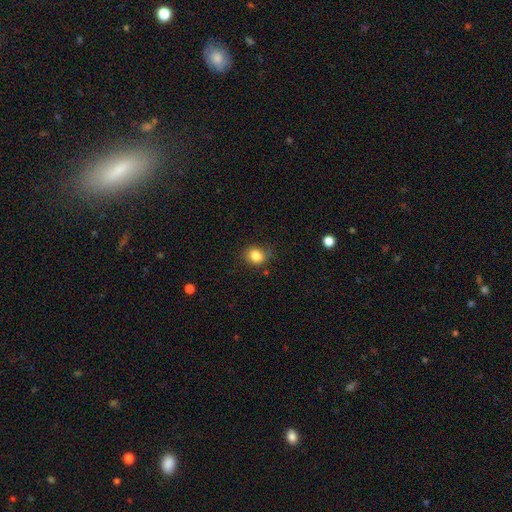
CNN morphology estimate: smooth_or_featured: smooth (p=0.83) [alt: star or artifact p=0.11]
how_rounded: round (p=0.66) [alt: in between p=0.33]
merging: none (p=0.76) [alt: minor disturbance p=0.17]